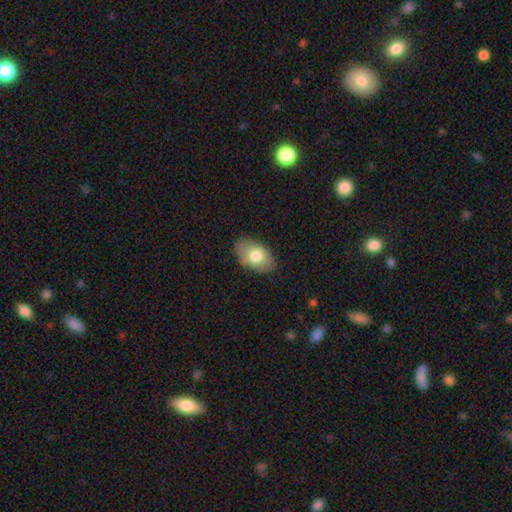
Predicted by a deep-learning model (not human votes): A smooth galaxy with no disk features (75%) that is in between round and cigar-shaped (91%). Merging: none (84%).